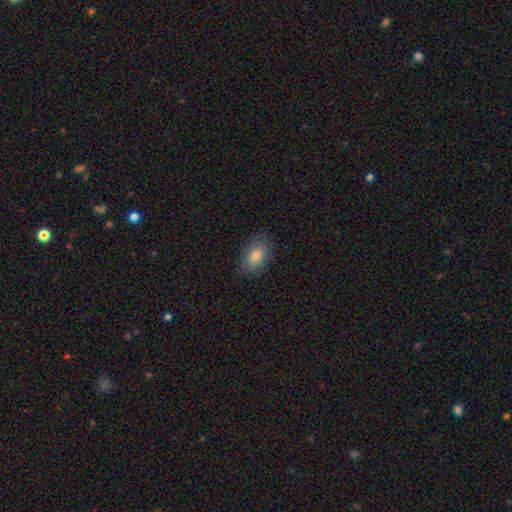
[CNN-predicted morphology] Q: Smooth or featured?
A: smooth (81%); runner-up: featured or disk (10%)
Q: How rounded?
A: in between (83%); runner-up: round (15%)
Q: Merging?
A: none (81%); runner-up: minor disturbance (14%)